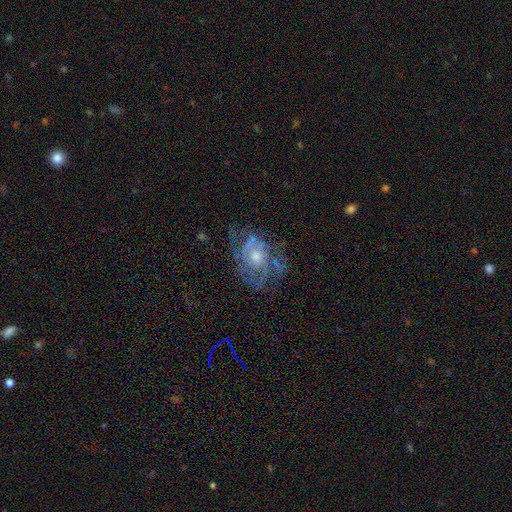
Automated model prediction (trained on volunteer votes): This is likely a featured or disk galaxy (79%). It is clearly not viewed edge-on (96%). Bar: likely no (79%). Spiral arm pattern: clearly yes (87%). Spiral arm count: marginally can't tell (39%). Spiral winding: possibly tight (52%). Central bulge: possibly moderate (59%). Merging: likely none (64%).